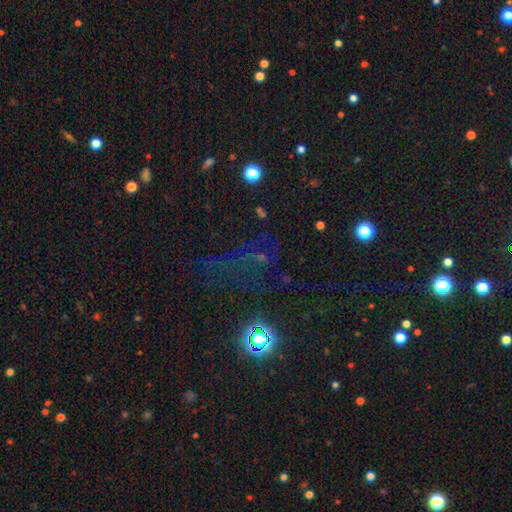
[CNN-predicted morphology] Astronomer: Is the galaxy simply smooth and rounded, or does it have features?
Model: star or artifact — 62%.